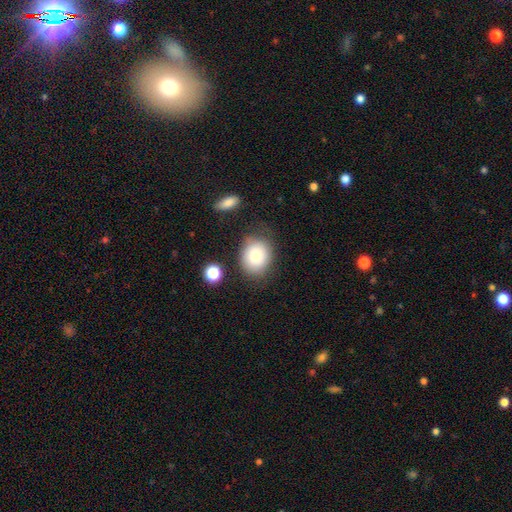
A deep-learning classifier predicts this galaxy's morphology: Smooth or featured?
  - smooth: 81% *
  - featured or disk: 10%
  - star or artifact: 9%
How rounded?
  - round: 55% *
  - in between: 44%
  - cigar-shaped: 1%
Merging?
  - none: 72% *
  - minor disturbance: 18%
  - major disturbance: 6%
  - merger: 4%